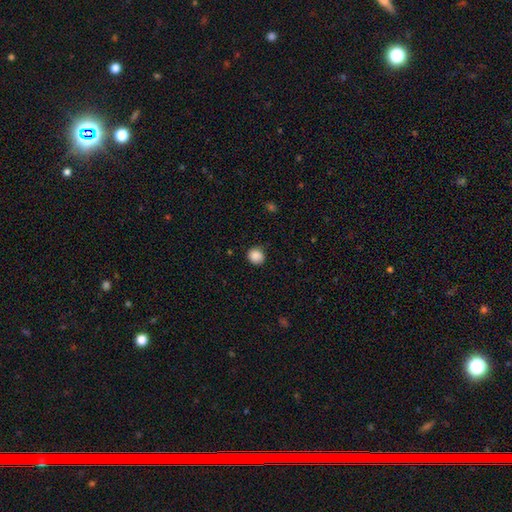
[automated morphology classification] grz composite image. It shows a smooth galaxy with no disk features (87%) that is round (85%). Merging: none (81%).